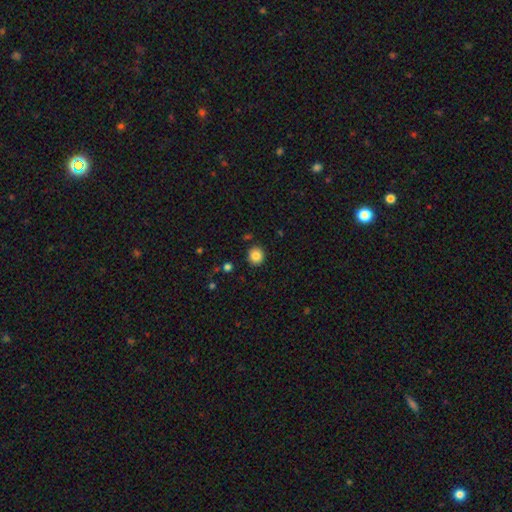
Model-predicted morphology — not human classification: The model was most divided on "smooth or featured": smooth: 85%, star or artifact: 10%, featured or disk: 5%. More confident: merging — none (90%); how rounded — round (90%).